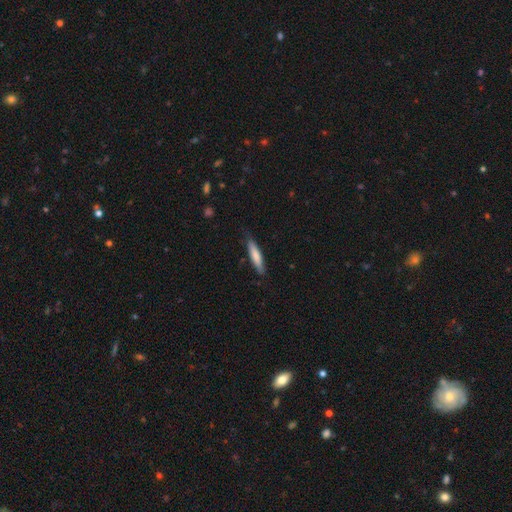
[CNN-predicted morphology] Smooth or featured? Predicted: smooth (p=0.74). How rounded? Predicted: cigar-shaped (p=0.85). Merging? Predicted: none (p=0.81).